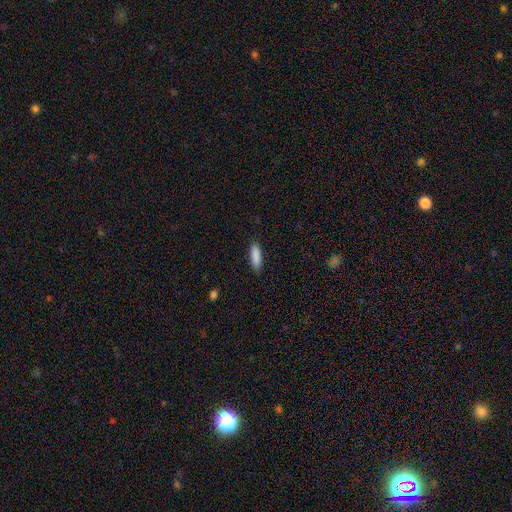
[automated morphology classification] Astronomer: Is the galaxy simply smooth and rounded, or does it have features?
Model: smooth — 88%.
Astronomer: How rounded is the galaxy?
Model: cigar-shaped — 56% (runner-up: in between, 42%).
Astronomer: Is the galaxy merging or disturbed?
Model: none — 87%.